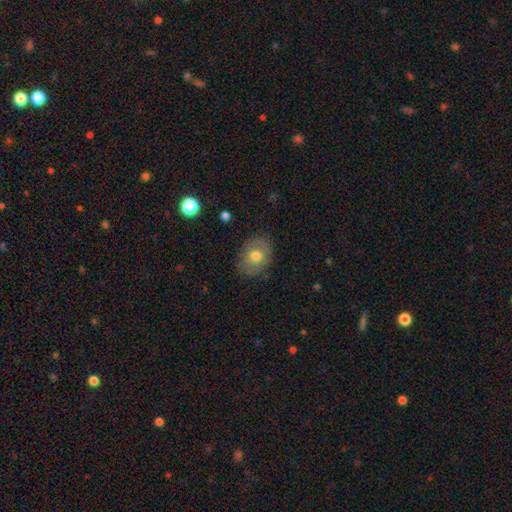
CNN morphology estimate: A smooth galaxy with no disk features (63%) that is in between round and cigar-shaped (58%). Merging: none (82%).